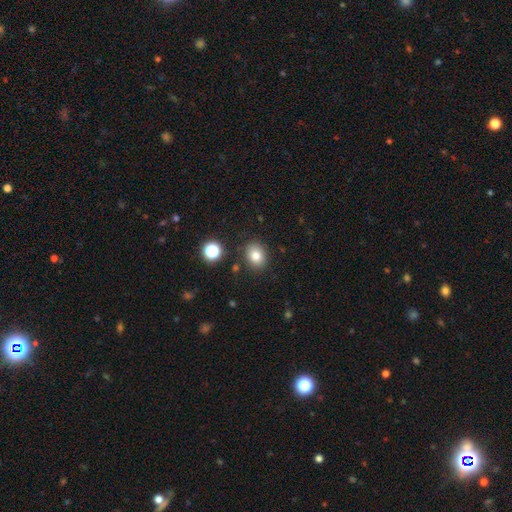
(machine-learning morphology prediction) Q: Smooth or featured?
A: smooth (81%); runner-up: star or artifact (12%)
Q: How rounded?
A: round (50%); runner-up: in between (49%)
Q: Merging?
A: none (85%); runner-up: minor disturbance (9%)